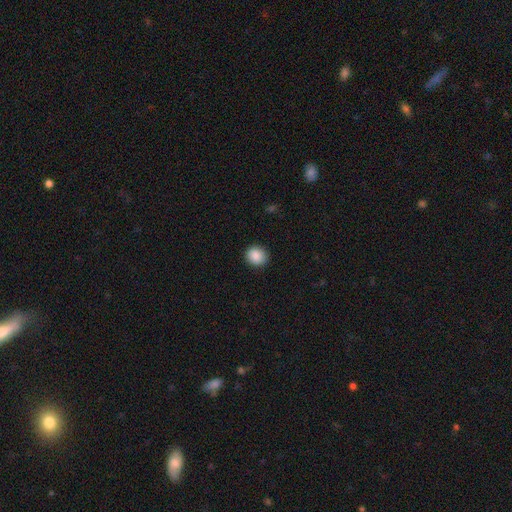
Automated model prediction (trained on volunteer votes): This is clearly a smooth galaxy (88%). How rounded: likely round (78%). Merging: clearly none (90%).